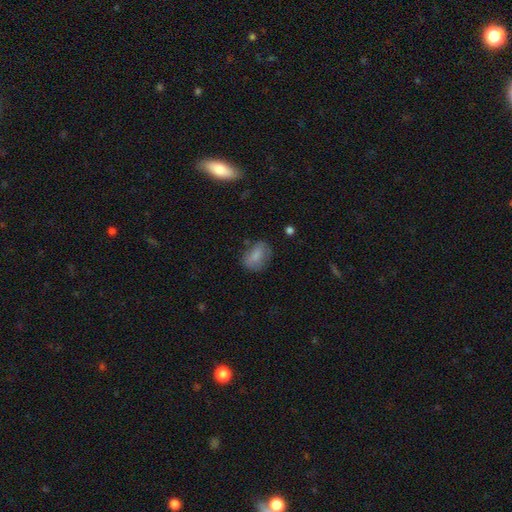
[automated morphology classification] A smooth galaxy with no disk features (77%) that is in between round and cigar-shaped (77%).

Vote fractions:
- Smooth or featured? smooth: 77% / featured or disk: 14% / star or artifact: 9%
- How rounded? in between: 77% / round: 21% / cigar-shaped: 2%
- Merging? none: 61% / minor disturbance: 26% / major disturbance: 10% / merger: 3%